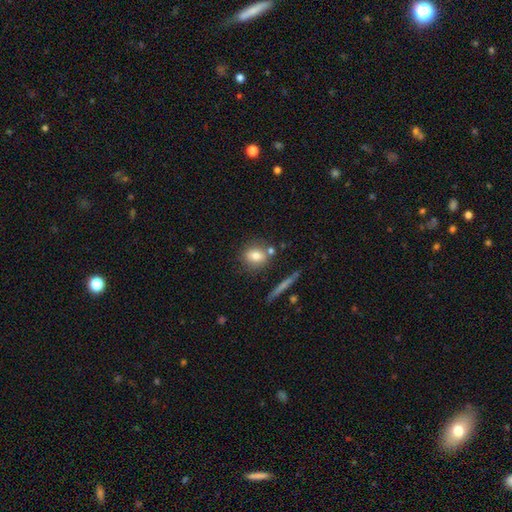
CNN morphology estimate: The model was most divided on "how rounded": round: 53%, in between: 42%, cigar-shaped: 5%. More confident: smooth or featured — smooth (78%); merging — none (70%).